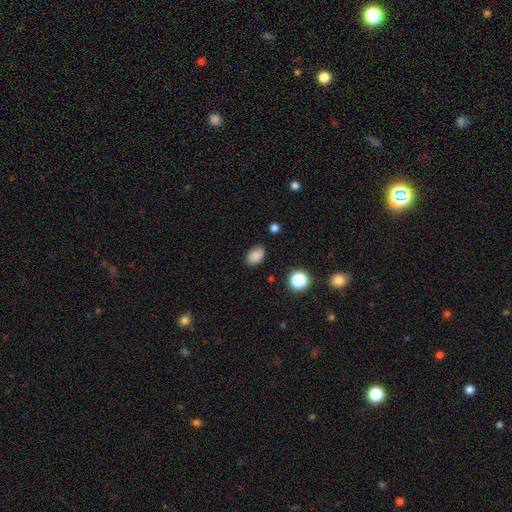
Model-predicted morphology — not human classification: Smooth or featured: smooth — 86% (star or artifact — 10%)
How rounded: in between — 83% (round — 16%)
Merging: none — 83% (minor disturbance — 13%)